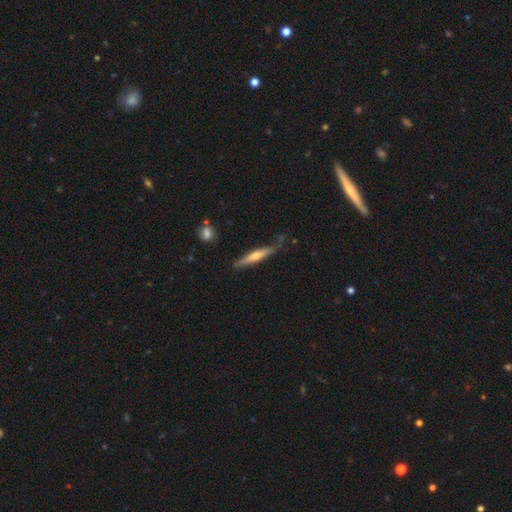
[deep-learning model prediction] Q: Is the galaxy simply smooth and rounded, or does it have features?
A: featured or disk — 56%.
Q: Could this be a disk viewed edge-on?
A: yes — 94%.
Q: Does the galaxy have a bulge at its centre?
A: rounded — 81%.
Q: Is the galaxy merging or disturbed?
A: none — 76%.